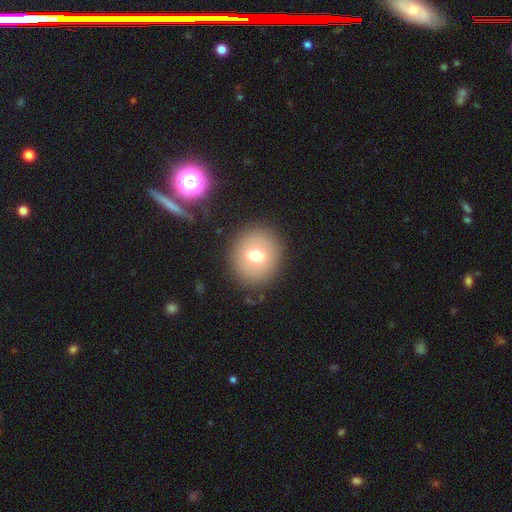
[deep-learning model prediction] The model was most divided on "smooth or featured": smooth: 68%, featured or disk: 20%, star or artifact: 12%. More confident: merging — none (87%); how rounded — round (83%).